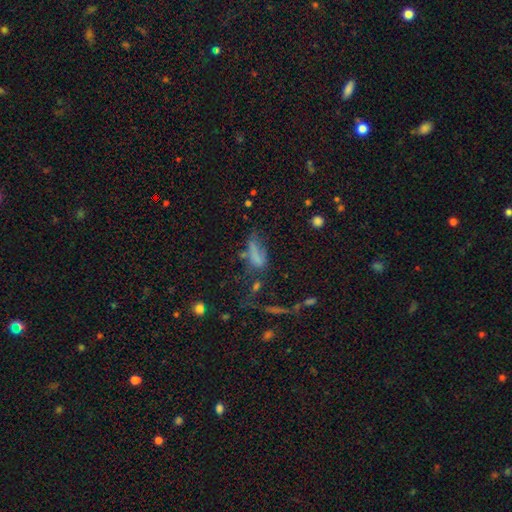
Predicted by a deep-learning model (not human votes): Morphology: type=smooth (64%); roundness=in between (63%); merging=major disturbance (32%).